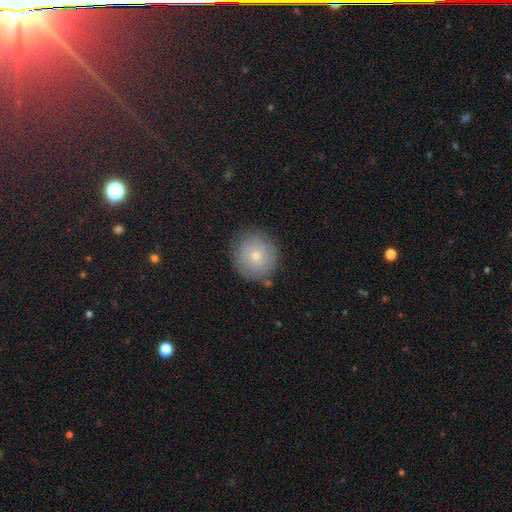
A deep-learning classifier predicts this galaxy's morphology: A smooth galaxy with no disk features (66%) that is round (93%).

Vote fractions:
- Smooth or featured? smooth: 66% / featured or disk: 25% / star or artifact: 8%
- How rounded? round: 93% / in between: 6% / cigar-shaped: 1%
- Merging? none: 80% / minor disturbance: 14% / major disturbance: 4% / merger: 2%